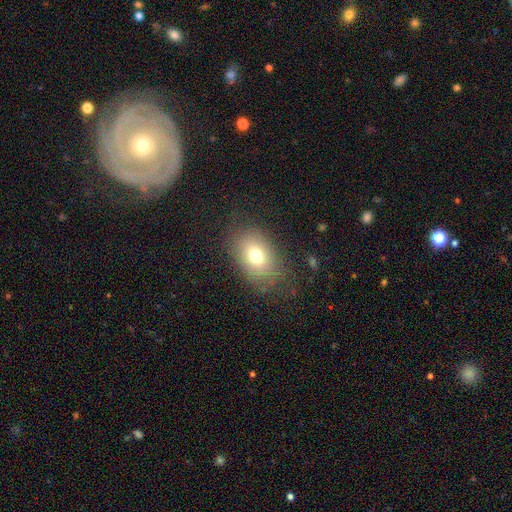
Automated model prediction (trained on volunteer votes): The model was most divided on "how rounded": in between: 76%, round: 22%, cigar-shaped: 1%. More confident: merging — none (75%); smooth or featured — smooth (71%).